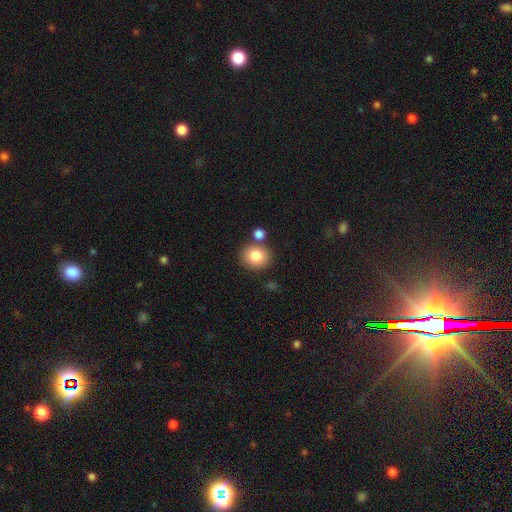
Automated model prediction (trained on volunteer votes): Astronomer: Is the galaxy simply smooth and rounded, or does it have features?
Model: smooth — 82%.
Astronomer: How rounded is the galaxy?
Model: round — 82%.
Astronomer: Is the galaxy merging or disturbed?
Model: none — 74%.